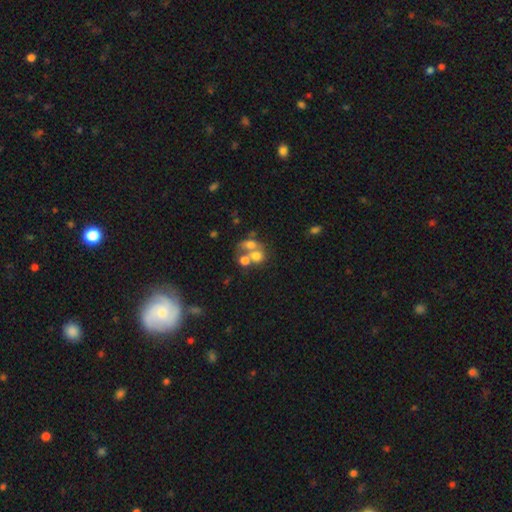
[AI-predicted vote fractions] smooth 58%, featured or disk 27%, star or artifact 14%. Down the decision tree: how rounded — round (60%); merging — merger (60%).